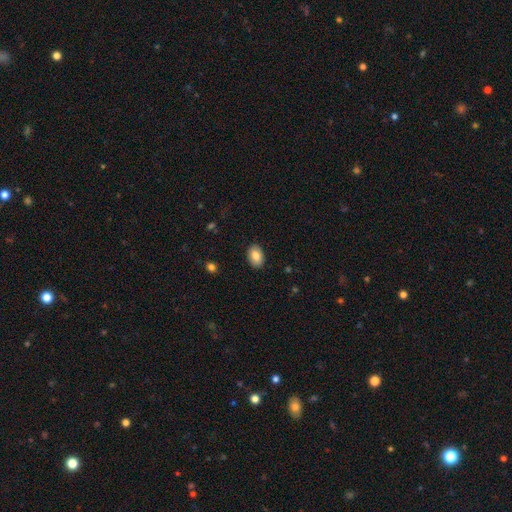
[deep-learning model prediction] A smooth galaxy with no disk features (84%) that is in between round and cigar-shaped (88%). Merging: none (88%).